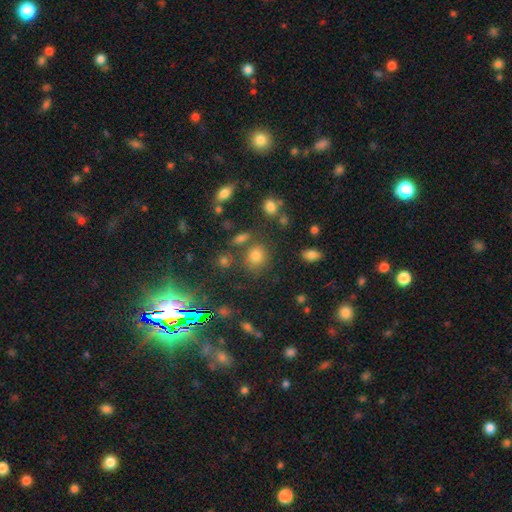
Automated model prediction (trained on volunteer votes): This appears to be a smooth galaxy with no disk features (61%) that is round (68%). Merging: none (76%).